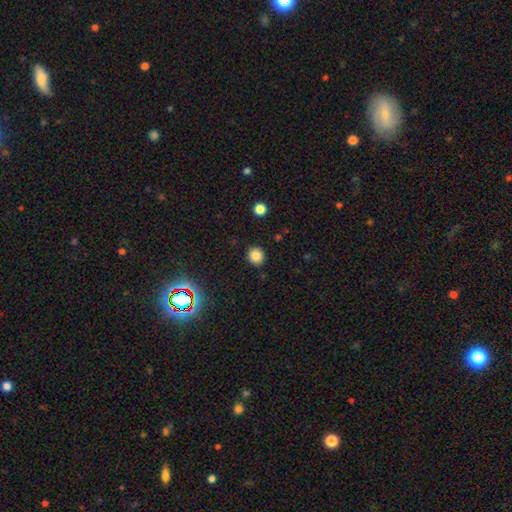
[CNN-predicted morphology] Smooth or featured? Predicted: smooth (p=0.83). How rounded? Predicted: round (p=0.86). Merging? Predicted: none (p=0.91).